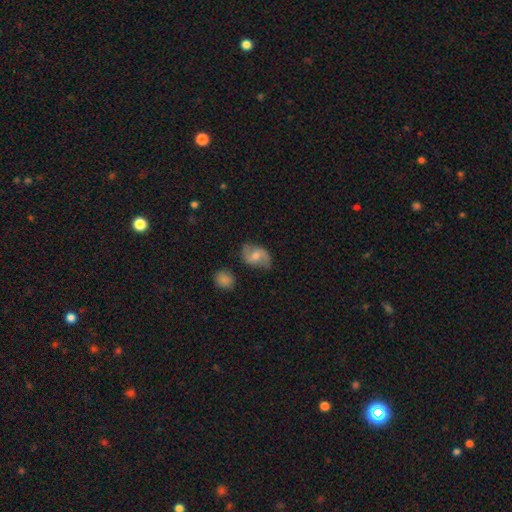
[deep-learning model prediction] Smooth or featured? featured or disk (46%, tied with smooth)
Merging? none (68%)